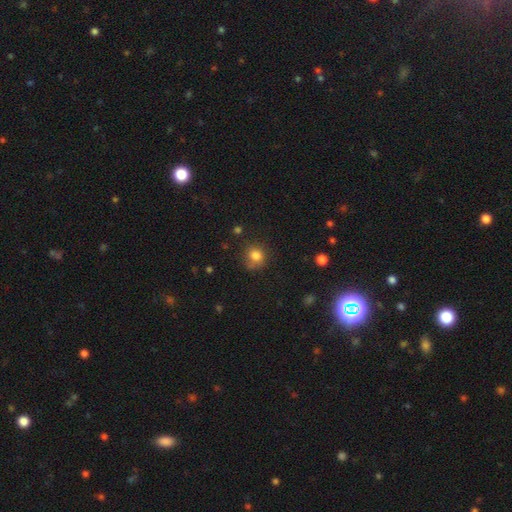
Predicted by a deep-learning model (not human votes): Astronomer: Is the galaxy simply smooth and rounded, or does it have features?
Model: smooth — 81%.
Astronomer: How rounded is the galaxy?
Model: round — 79%.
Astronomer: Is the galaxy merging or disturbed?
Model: none — 67%.